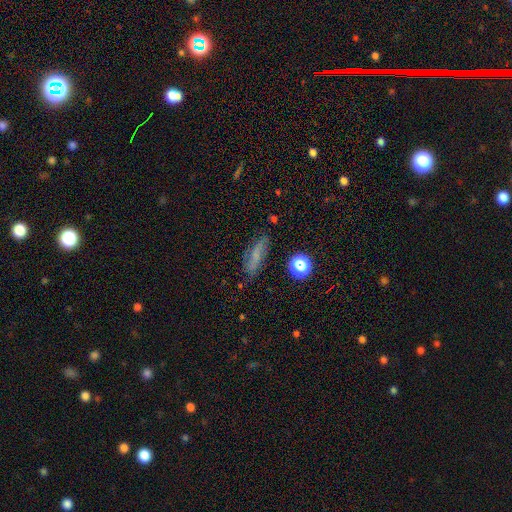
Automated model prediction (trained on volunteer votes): Morphology: type=smooth (51%); roundness=cigar-shaped (50%); merging=none (72%).